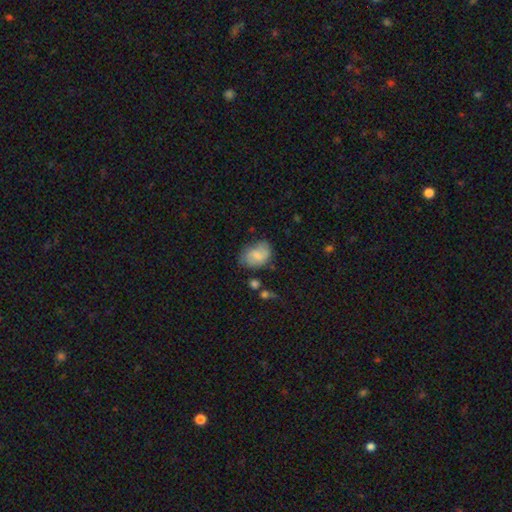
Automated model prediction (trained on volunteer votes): The model was most divided on "merging": none: 58%, minor disturbance: 28%, major disturbance: 10%, merger: 4%. More confident: how rounded — in between (74%); smooth or featured — smooth (69%).